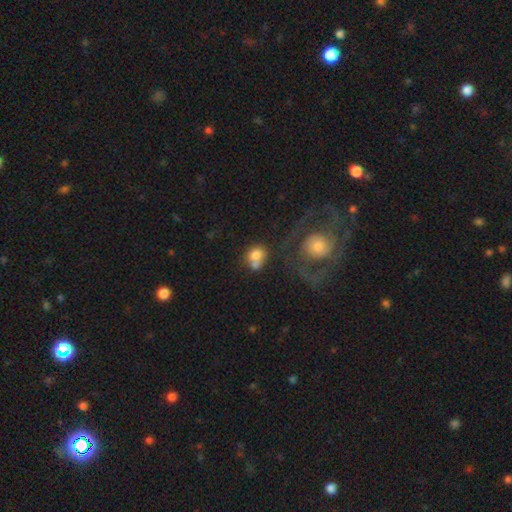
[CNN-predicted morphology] The model was most divided on "merging": merger: 45%, none: 34%, minor disturbance: 11%, major disturbance: 10%. More confident: smooth or featured — smooth (72%); how rounded — round (69%).